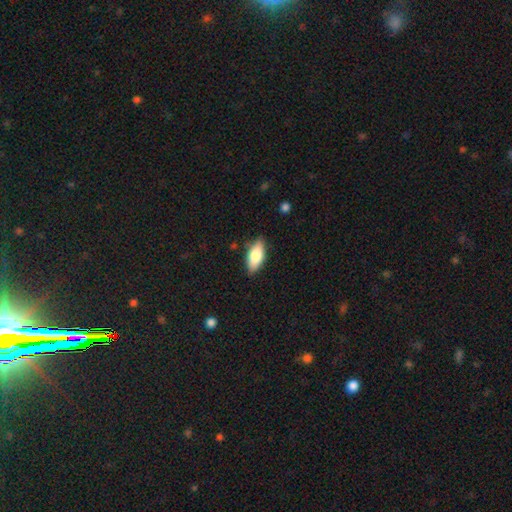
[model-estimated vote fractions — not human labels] Morphology: type=smooth (78%); roundness=in between (86%); merging=none (83%).